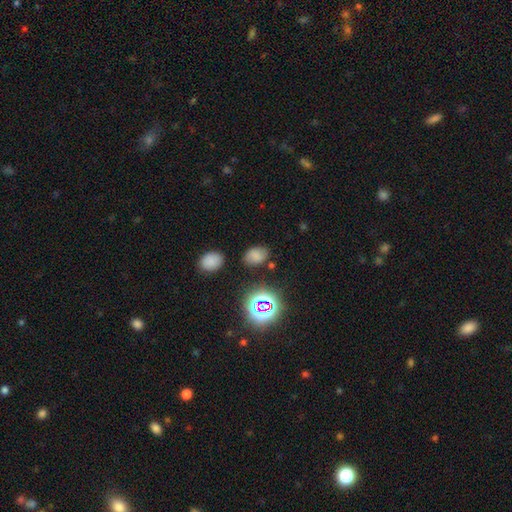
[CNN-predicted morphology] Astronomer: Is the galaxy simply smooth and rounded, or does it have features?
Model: smooth — 67%.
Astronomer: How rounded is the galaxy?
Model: in between — 78%.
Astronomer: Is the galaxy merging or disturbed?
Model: none — 75%.